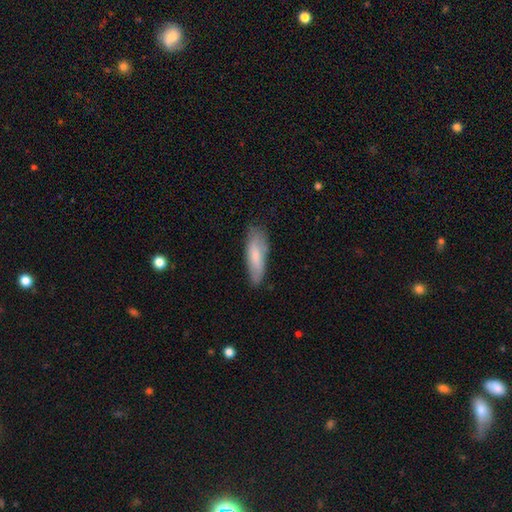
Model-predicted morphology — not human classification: Smooth or featured? smooth (73%)
How rounded? cigar-shaped (51%)
Merging? none (74%)